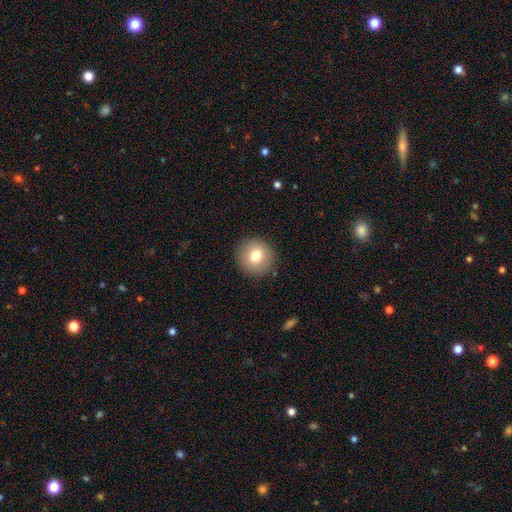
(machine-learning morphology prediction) Overall: smooth (78%). How rounded: round (92%). Merging: none (90%).